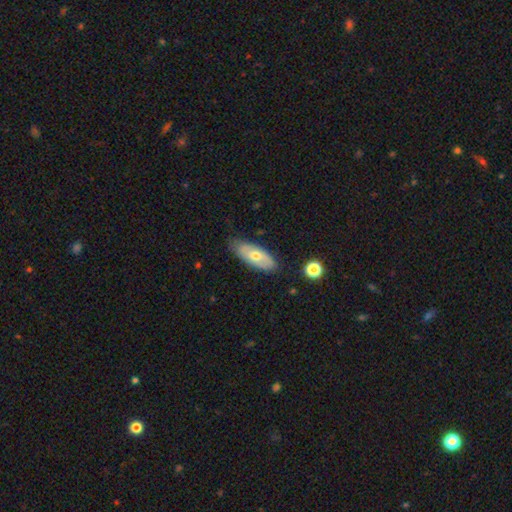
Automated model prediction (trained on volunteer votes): Smooth or featured? Predicted: smooth (p=0.55). How rounded? Predicted: in between (p=0.82). Merging? Predicted: none (p=0.75).